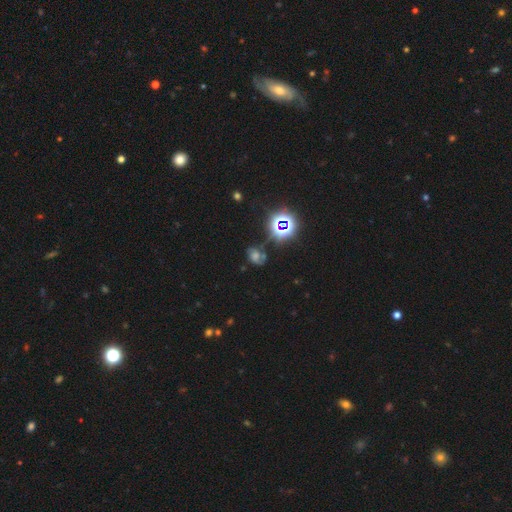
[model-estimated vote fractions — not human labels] A star or artifact, not a galaxy (52%).

Vote fractions:
- Smooth or featured? star or artifact: 52% / smooth: 26% / featured or disk: 22%